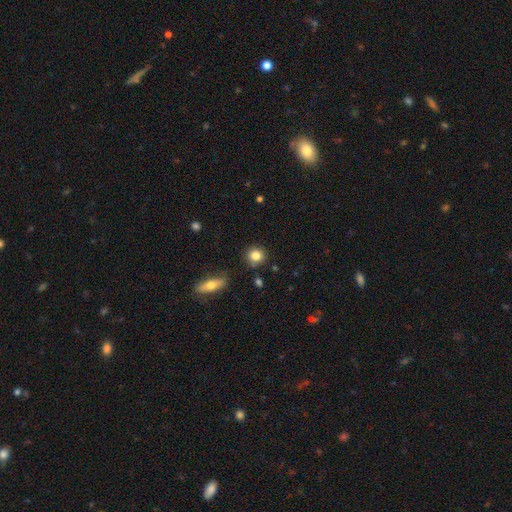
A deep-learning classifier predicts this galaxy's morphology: Smooth or featured? smooth (83%)
How rounded? round (86%)
Merging? none (83%)